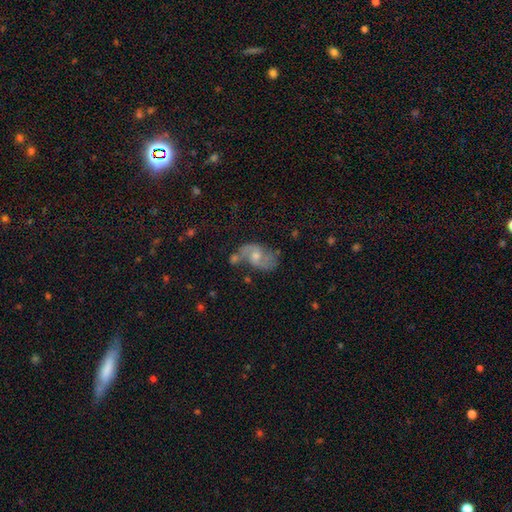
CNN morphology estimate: Q: Smooth or featured?
A: featured or disk (70%); runner-up: smooth (22%)
Q: Edge-on disk?
A: no (97%); runner-up: yes (3%)
Q: Bar?
A: no (57%); runner-up: weak (37%)
Q: Spiral arms?
A: yes (87%); runner-up: no (13%)
Q: Spiral winding?
A: loose (45%); runner-up: medium (42%)
Q: Spiral arm count?
A: 2 (85%); runner-up: can't tell (7%)
Q: Bulge size?
A: moderate (58%); runner-up: small (32%)
Q: Merging?
A: none (43%); runner-up: minor disturbance (23%)